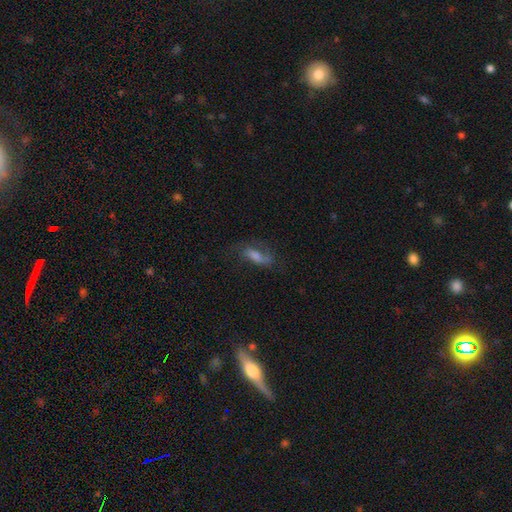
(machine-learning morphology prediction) A featured or disk galaxy (49%). Merging: none (60%).